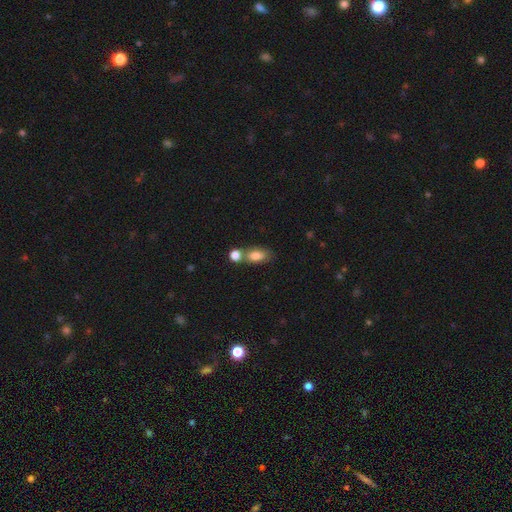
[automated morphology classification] Smooth or featured? smooth (81%)
How rounded? in between (84%)
Merging? none (44%)